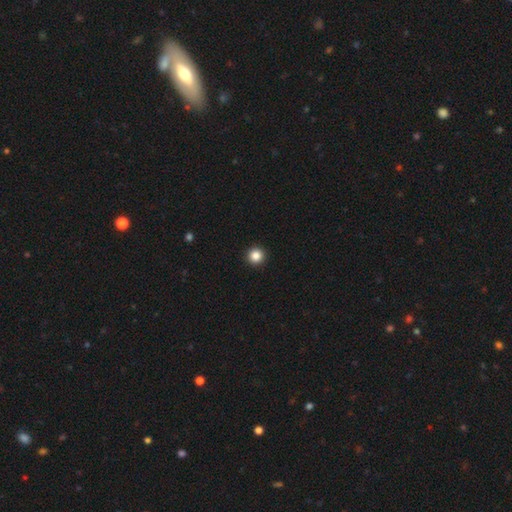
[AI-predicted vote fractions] Smooth or featured? smooth (86%)
How rounded? round (96%)
Merging? none (94%)